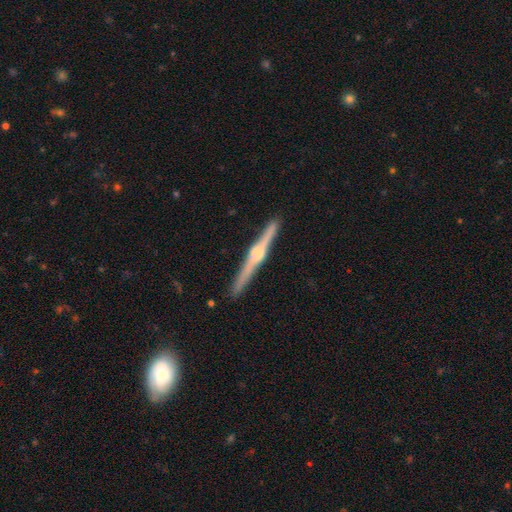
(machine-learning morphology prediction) The model was most divided on "smooth or featured": featured or disk: 84%, smooth: 12%, star or artifact: 5%. More confident: edge-on disk — yes (99%); merging — none (91%); edge-on bulge — rounded (84%).